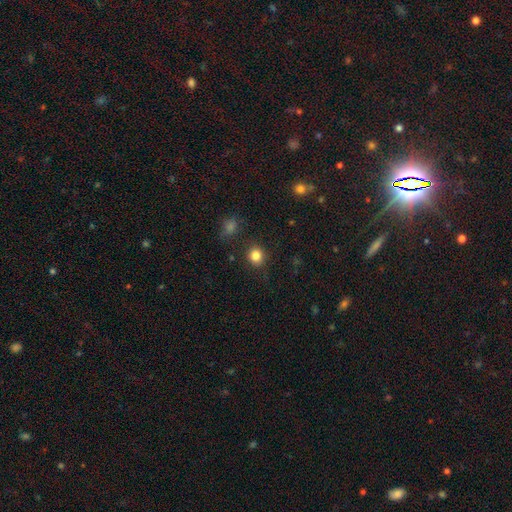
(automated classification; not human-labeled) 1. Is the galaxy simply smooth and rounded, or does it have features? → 83% smooth, 11% star or artifact, 5% featured or disk.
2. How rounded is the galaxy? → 86% round, 13% in between, 1% cigar-shaped.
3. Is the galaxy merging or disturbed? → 87% none, 8% minor disturbance, 3% major disturbance, 2% merger.